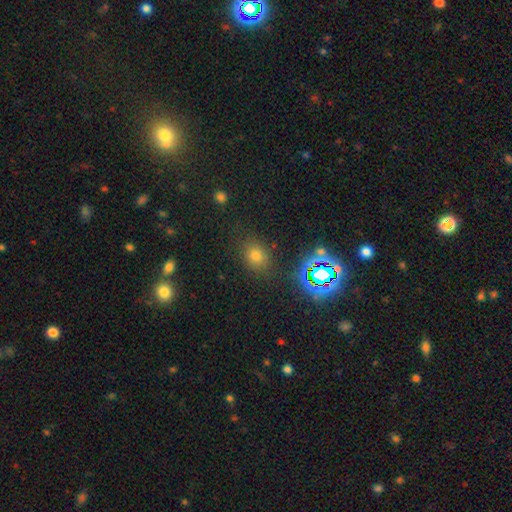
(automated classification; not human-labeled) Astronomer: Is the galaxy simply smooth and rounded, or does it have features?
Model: smooth — 65%.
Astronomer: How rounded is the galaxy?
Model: round — 58% (runner-up: in between, 40%).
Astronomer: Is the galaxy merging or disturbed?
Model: none — 83%.